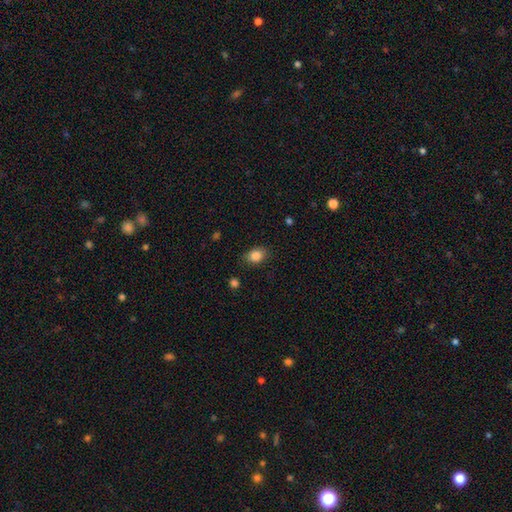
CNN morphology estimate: smooth 85%, star or artifact 9%, featured or disk 5%. Down the decision tree: how rounded — in between (64%); merging — none (81%).